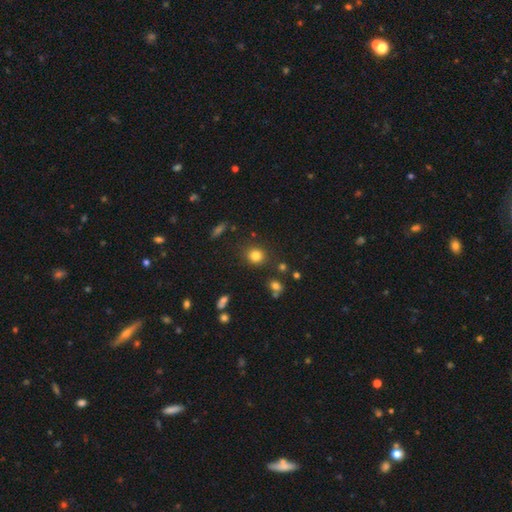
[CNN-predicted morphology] Smooth or featured? Predicted: smooth (p=0.80). How rounded? Predicted: round (p=0.85). Merging? Predicted: none (p=0.85).